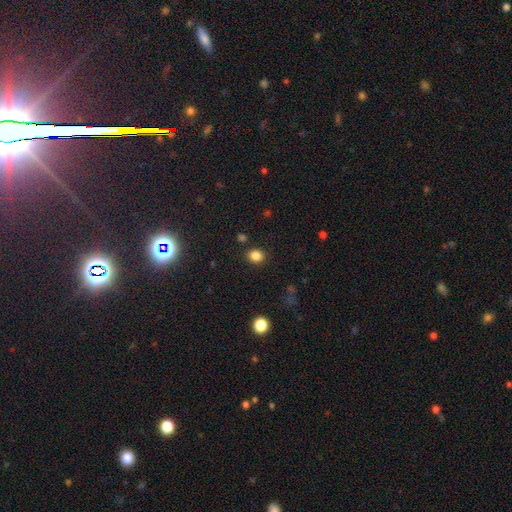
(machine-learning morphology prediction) Overall: smooth (84%). How rounded: round (63%; in between 36%). Merging: none (87%).